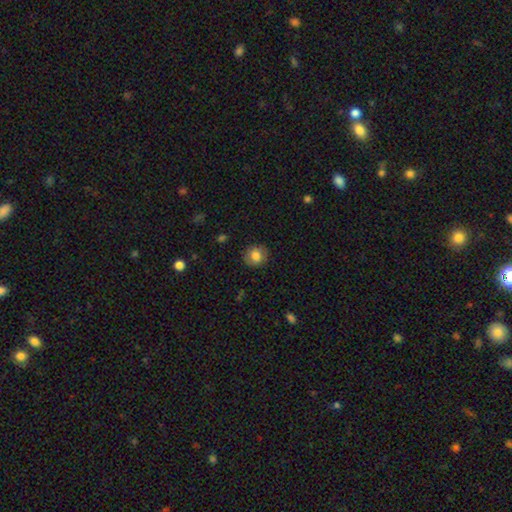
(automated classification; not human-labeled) smooth-or-featured: smooth: 80% | featured or disk: 11% | star or artifact: 9%
  how-rounded: round: 84% | in between: 15% | cigar-shaped: 1%
  merging: none: 86% | minor disturbance: 10% | major disturbance: 3% | merger: 1%